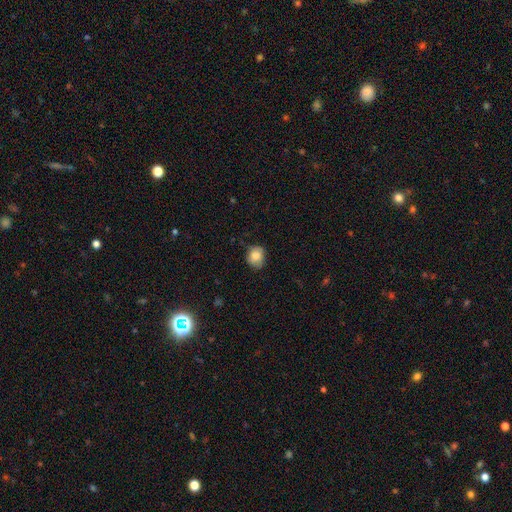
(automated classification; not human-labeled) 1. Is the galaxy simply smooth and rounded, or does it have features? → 83% smooth, 9% featured or disk, 8% star or artifact.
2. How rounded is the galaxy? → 64% round, 35% in between, 1% cigar-shaped.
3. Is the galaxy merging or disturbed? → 67% none, 26% minor disturbance, 6% major disturbance, 1% merger.